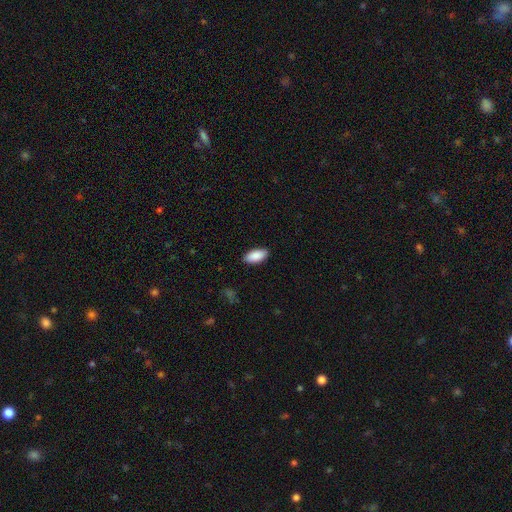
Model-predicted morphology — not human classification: This appears to be a smooth galaxy with no disk features (90%) that is in between round and cigar-shaped (92%). Merging: none (88%).